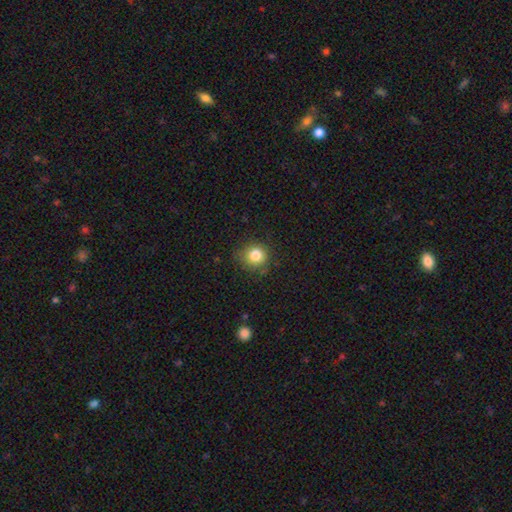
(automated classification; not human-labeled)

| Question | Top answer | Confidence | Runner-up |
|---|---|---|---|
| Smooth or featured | smooth | 82% | star or artifact (11%) |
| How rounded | round | 87% | in between (12%) |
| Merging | none | 76% | minor disturbance (17%) |